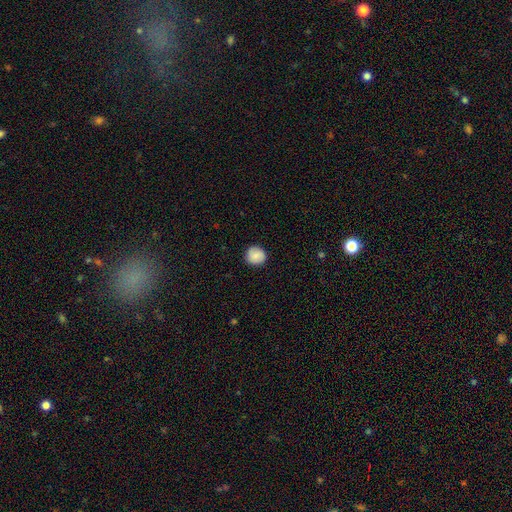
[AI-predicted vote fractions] A smooth galaxy with no disk features (81%) that is round (90%).

Vote fractions:
- Smooth or featured? smooth: 81% / featured or disk: 11% / star or artifact: 8%
- How rounded? round: 90% / in between: 9% / cigar-shaped: 1%
- Merging? none: 88% / minor disturbance: 9% / major disturbance: 2% / merger: 1%